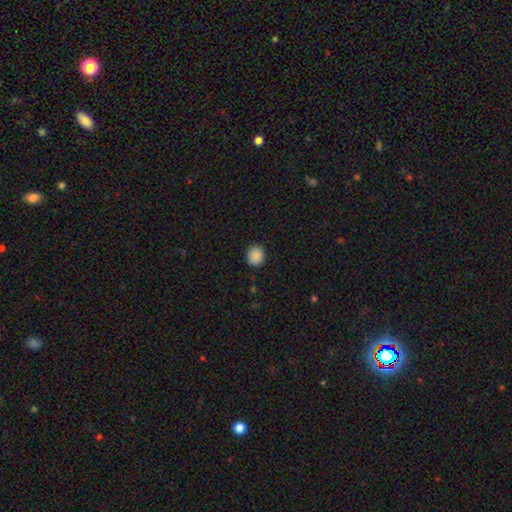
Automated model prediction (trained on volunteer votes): Smooth or featured: smooth — 88% (star or artifact — 9%)
How rounded: round — 82% (in between — 17%)
Merging: none — 89% (minor disturbance — 8%)